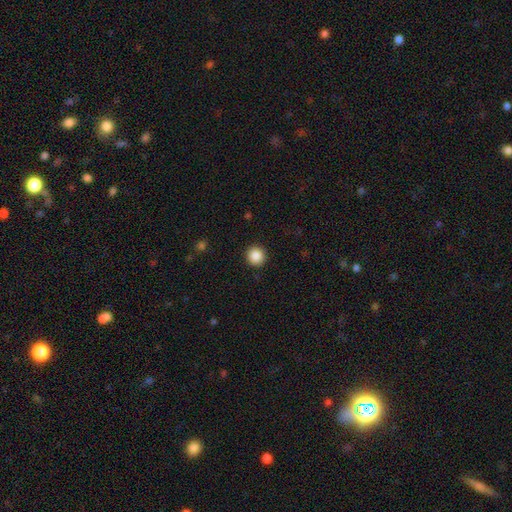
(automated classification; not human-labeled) A smooth galaxy with no disk features (88%) that is round (94%). Merging: none (93%).